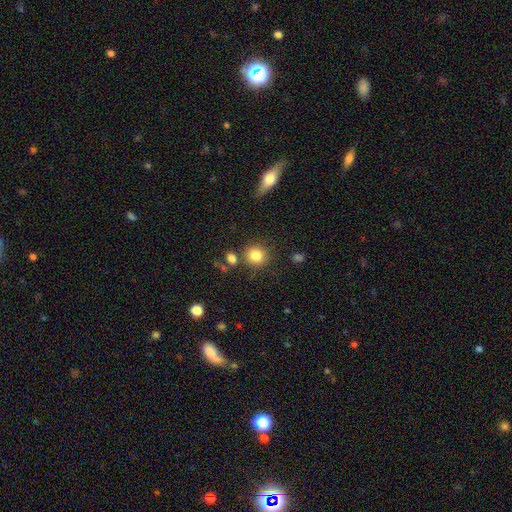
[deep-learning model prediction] Smooth or featured?
  - smooth: 83% *
  - star or artifact: 10%
  - featured or disk: 6%
How rounded?
  - round: 88% *
  - in between: 11%
  - cigar-shaped: 1%
Merging?
  - none: 80% *
  - minor disturbance: 10%
  - merger: 8%
  - major disturbance: 3%